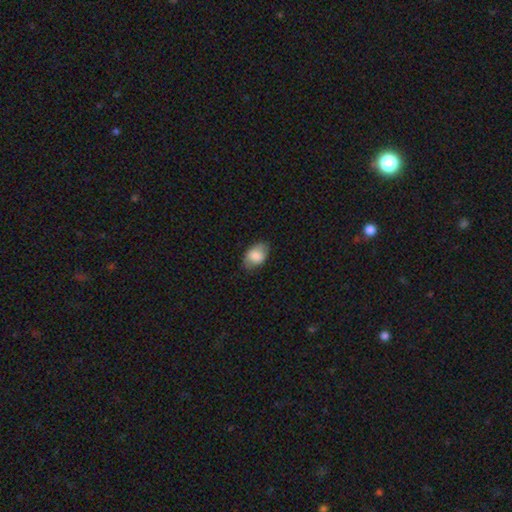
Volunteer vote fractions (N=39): A smooth galaxy with no disk features (82%) that is in between round and cigar-shaped (94%).

Vote fractions:
- Smooth or featured? smooth: 82% / featured or disk: 13% / star or artifact: 5%
- How rounded? in between: 94% / round: 6% / cigar-shaped: 0%
- Merging? none: 81% / minor disturbance: 16% / major disturbance: 3% / merger: 0%